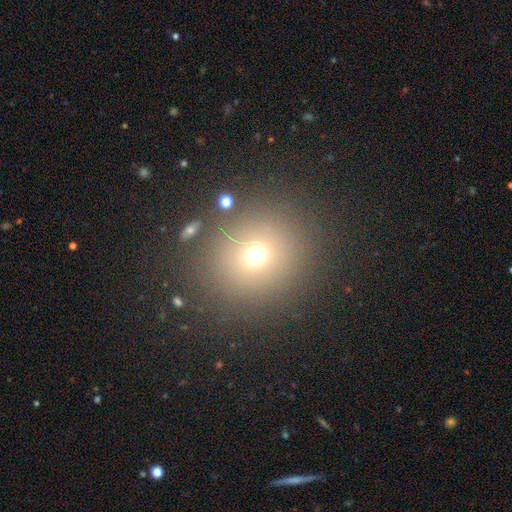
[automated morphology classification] The model was most divided on "smooth or featured": smooth: 67%, star or artifact: 23%, featured or disk: 11%. More confident: how rounded — round (87%); merging — none (85%).